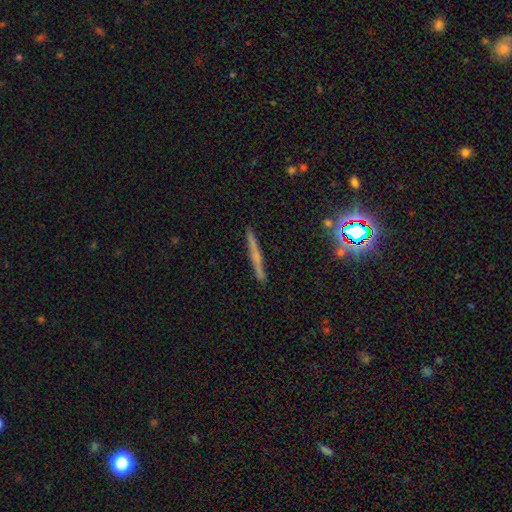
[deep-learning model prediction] Overall: featured or disk (47%; smooth 36%). Merging: none (89%).